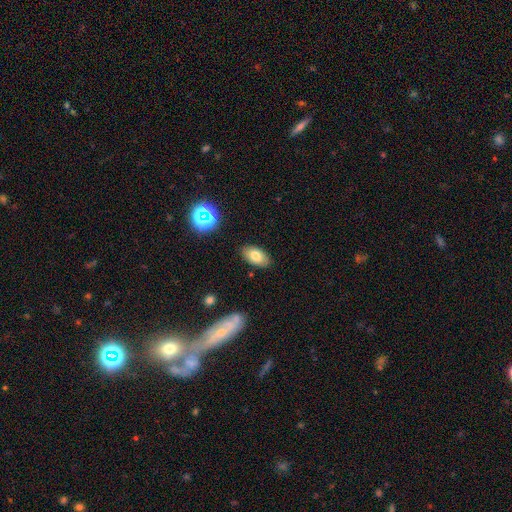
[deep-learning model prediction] Smooth or featured: smooth — 77% (featured or disk — 14%)
How rounded: in between — 93% (round — 5%)
Merging: none — 86% (minor disturbance — 10%)